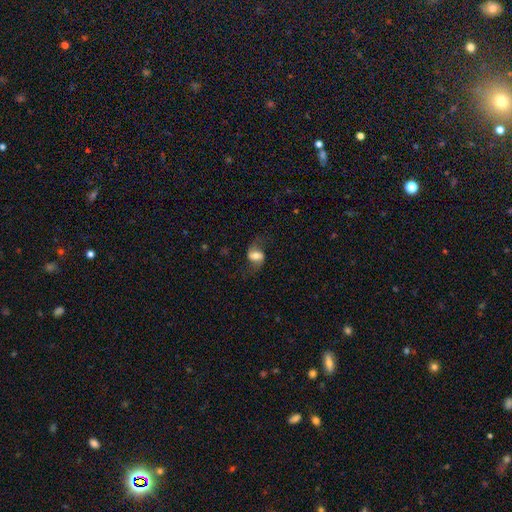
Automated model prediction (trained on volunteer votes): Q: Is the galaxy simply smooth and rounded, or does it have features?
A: featured or disk — 52%.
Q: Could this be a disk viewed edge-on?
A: no — 94%.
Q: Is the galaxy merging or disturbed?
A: none — 66%.